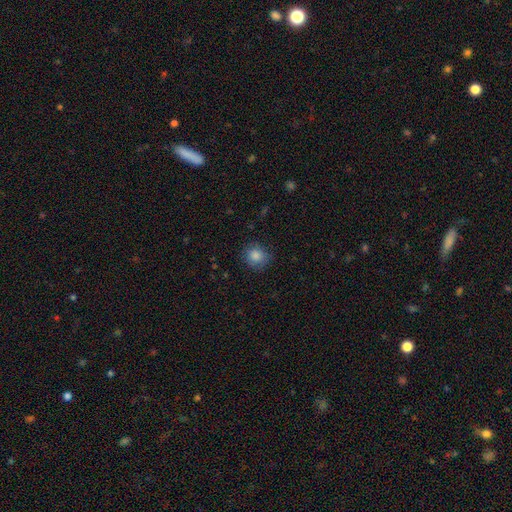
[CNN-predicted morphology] A smooth galaxy with no disk features (85%) that is round (86%). Merging: none (80%).